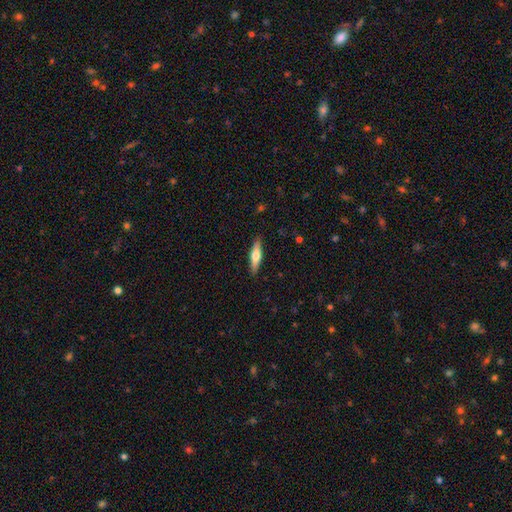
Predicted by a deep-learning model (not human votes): smooth_or_featured: smooth (p=0.53) [alt: featured or disk p=0.41]
how_rounded: cigar-shaped (p=0.72) [alt: in between p=0.26]
merging: none (p=0.89) [alt: minor disturbance p=0.08]